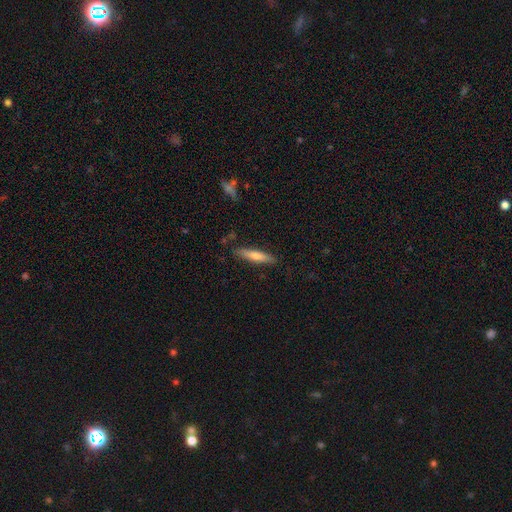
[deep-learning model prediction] Smooth or featured: smooth — 61% (featured or disk — 33%)
How rounded: cigar-shaped — 85% (in between — 14%)
Merging: none — 85% (minor disturbance — 11%)